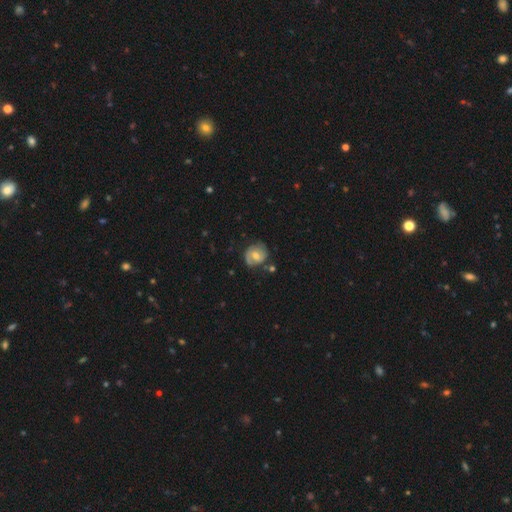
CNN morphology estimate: This is possibly a featured or disk galaxy (58%). It is clearly not viewed edge-on (97%). Bar: possibly weak (45%). Spiral arm pattern: clearly yes (81%). Central bulge: likely moderate (66%). Merging: likely none (71%).